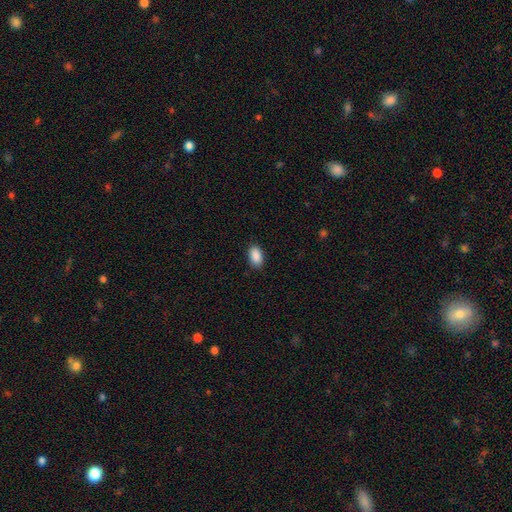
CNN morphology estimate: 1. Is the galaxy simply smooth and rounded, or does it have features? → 90% smooth, 7% star or artifact, 3% featured or disk.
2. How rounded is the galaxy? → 93% in between, 5% round, 2% cigar-shaped.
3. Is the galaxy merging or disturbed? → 88% none, 9% minor disturbance, 2% major disturbance, 1% merger.